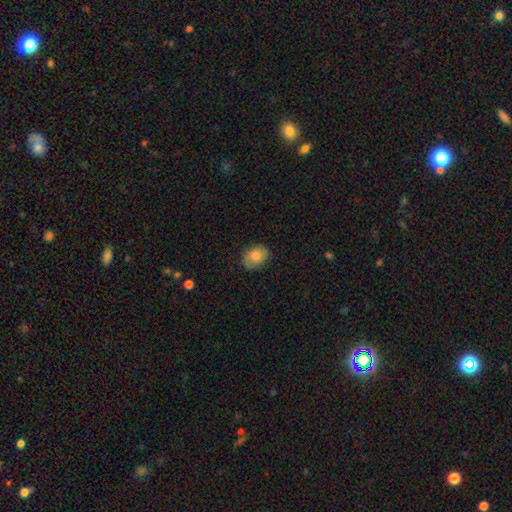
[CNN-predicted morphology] Smooth or featured? Predicted: smooth (p=0.77). How rounded? Predicted: in between (p=0.65). Merging? Predicted: none (p=0.80).